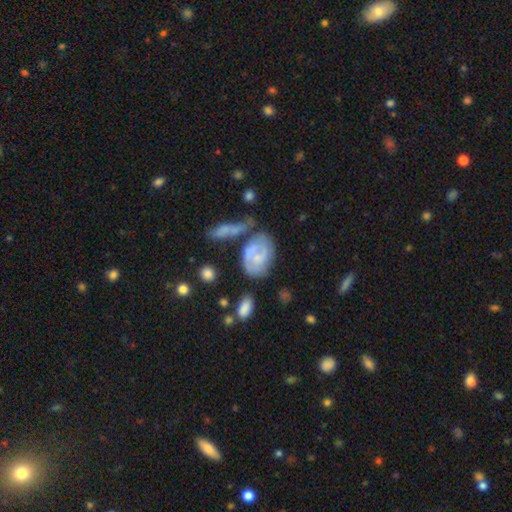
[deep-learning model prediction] Smooth or featured? featured or disk (57%)
Edge-on disk? no (95%)
Bar? no (65%)
Spiral arms? yes (70%)
Bulge size? small (56%)
Merging? none (48%)